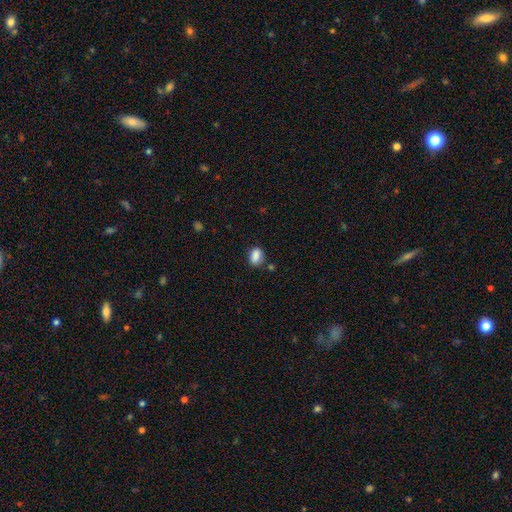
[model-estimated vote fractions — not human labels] Smooth or featured?
  - smooth: 86% *
  - star or artifact: 9%
  - featured or disk: 5%
How rounded?
  - in between: 75% *
  - round: 23%
  - cigar-shaped: 2%
Merging?
  - none: 74% *
  - minor disturbance: 17%
  - merger: 5%
  - major disturbance: 4%